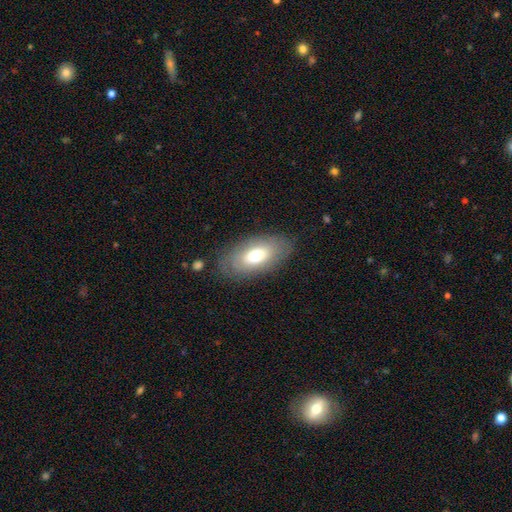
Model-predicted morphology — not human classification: This appears to be a smooth galaxy with no disk features (64%) that is in between round and cigar-shaped (91%). Merging: none (81%).